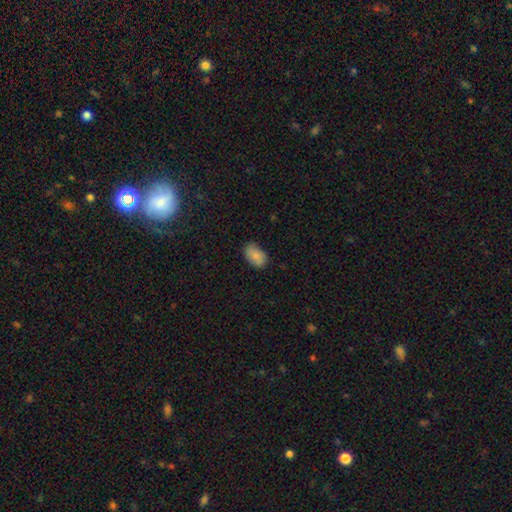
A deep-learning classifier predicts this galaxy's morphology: Smooth or featured: smooth — 84% (featured or disk — 8%)
How rounded: in between — 89% (round — 10%)
Merging: none — 78% (minor disturbance — 18%)